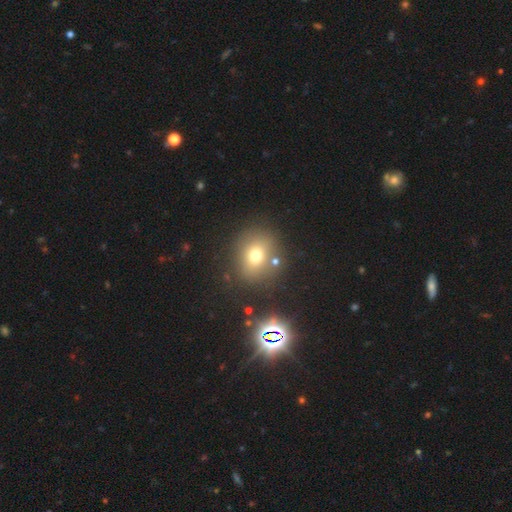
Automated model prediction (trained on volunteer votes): This appears to be a smooth galaxy with no disk features (68%) that is round (71%). Merging: none (77%).